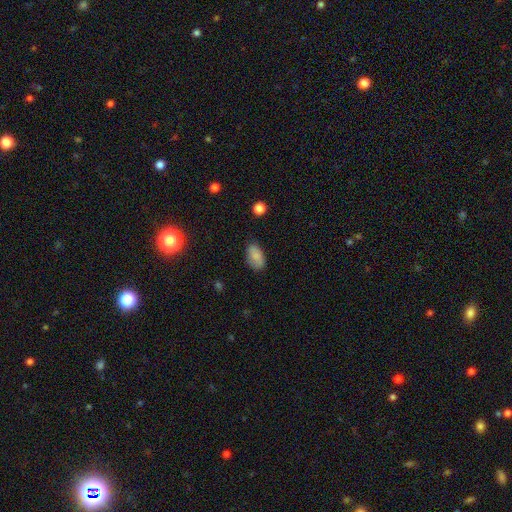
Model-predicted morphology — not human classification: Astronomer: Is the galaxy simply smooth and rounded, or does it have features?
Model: smooth — 85%.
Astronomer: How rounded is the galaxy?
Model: in between — 93%.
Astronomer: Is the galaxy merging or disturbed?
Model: none — 78%.